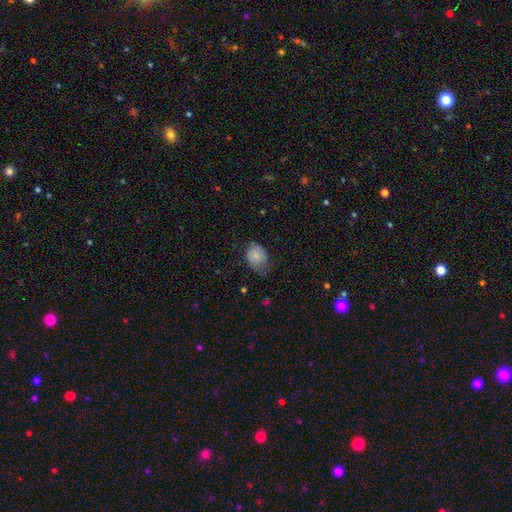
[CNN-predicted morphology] This is likely a smooth galaxy (80%). How rounded: possibly in between (58%). Merging: marginally none (43%).